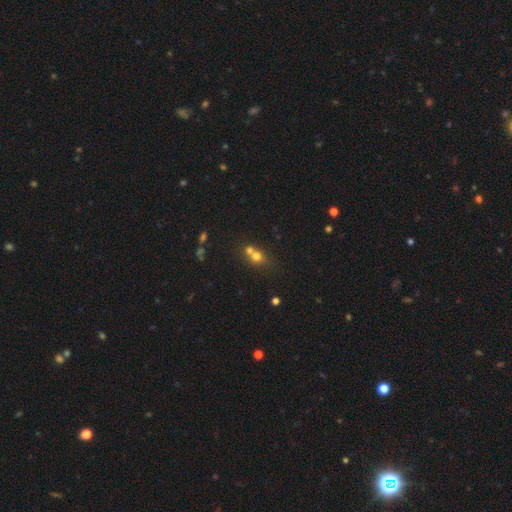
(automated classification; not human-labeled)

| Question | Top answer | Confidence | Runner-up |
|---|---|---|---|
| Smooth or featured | smooth | 69% | star or artifact (16%) |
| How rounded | round | 75% | in between (24%) |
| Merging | merger | 56% | none (34%) |